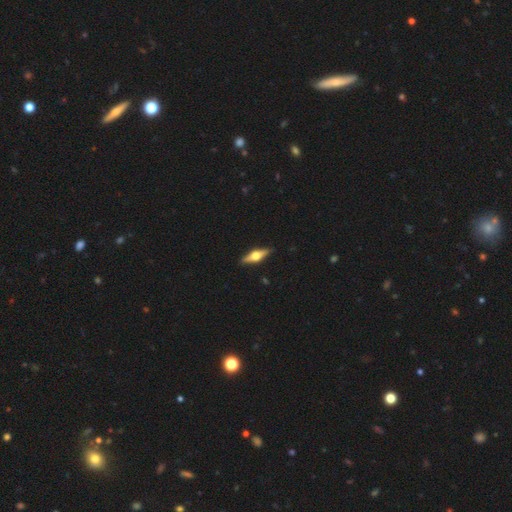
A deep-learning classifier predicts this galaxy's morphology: A featured or disk galaxy (70%) viewed edge-on (96%) with a rounded central bulge (95%).

Vote fractions:
- Smooth or featured? featured or disk: 70% / smooth: 24% / star or artifact: 6%
- Edge-on disk? yes: 96% / no: 4%
- Edge-on bulge? rounded: 95% / boxy: 3% / none: 1%
- Merging? none: 91% / minor disturbance: 7% / major disturbance: 1% / merger: 1%